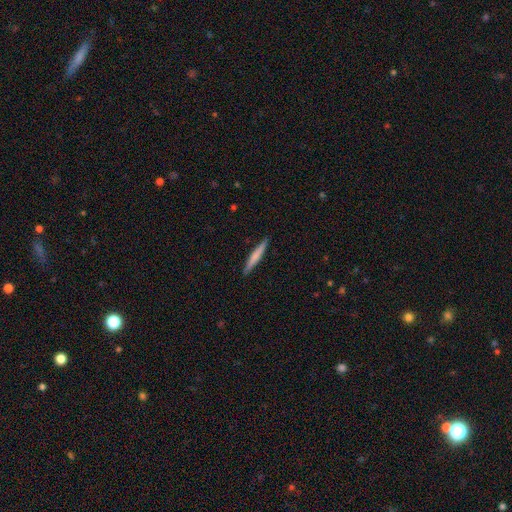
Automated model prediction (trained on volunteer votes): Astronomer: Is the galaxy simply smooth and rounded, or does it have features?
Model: smooth — 62%.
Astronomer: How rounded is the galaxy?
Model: cigar-shaped — 95%.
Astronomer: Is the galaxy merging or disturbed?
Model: none — 91%.